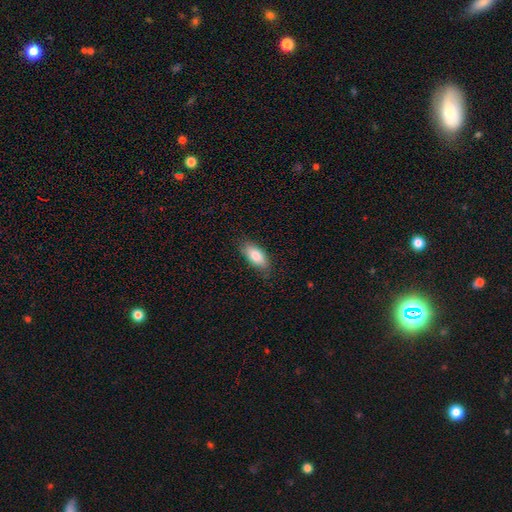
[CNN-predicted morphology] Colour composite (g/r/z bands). It shows a smooth galaxy with no disk features (83%) that is in between round and cigar-shaped (85%). Merging: none (81%).